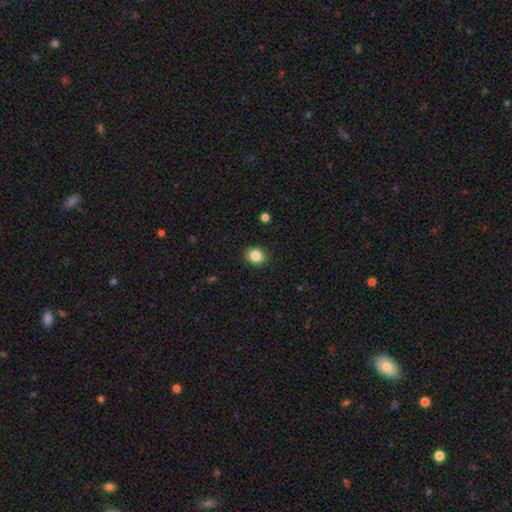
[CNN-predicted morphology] type=smooth (85%); roundness=round (65%); merging=none (89%).